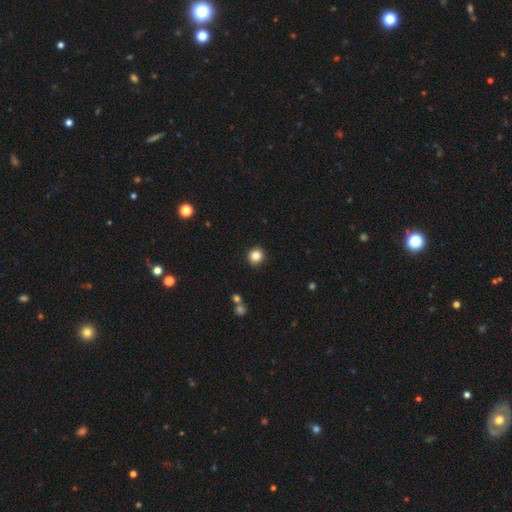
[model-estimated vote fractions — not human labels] smooth 84%, star or artifact 11%, featured or disk 5%. Down the decision tree: how rounded — round (88%); merging — none (91%).